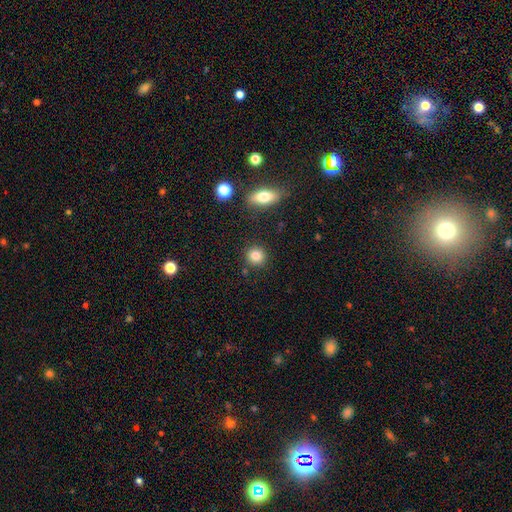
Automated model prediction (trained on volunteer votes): The model was most divided on "smooth or featured": smooth: 84%, star or artifact: 10%, featured or disk: 6%. More confident: how rounded — round (89%); merging — none (88%).